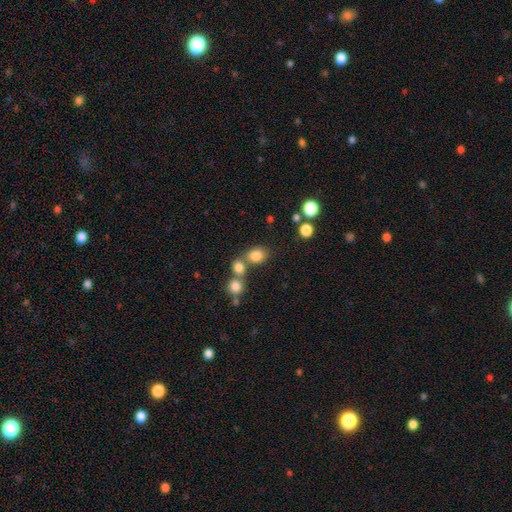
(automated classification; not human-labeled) Smooth or featured? Predicted: smooth (p=0.81). How rounded? Predicted: in between (p=0.50). Merging? Predicted: none (p=0.58).